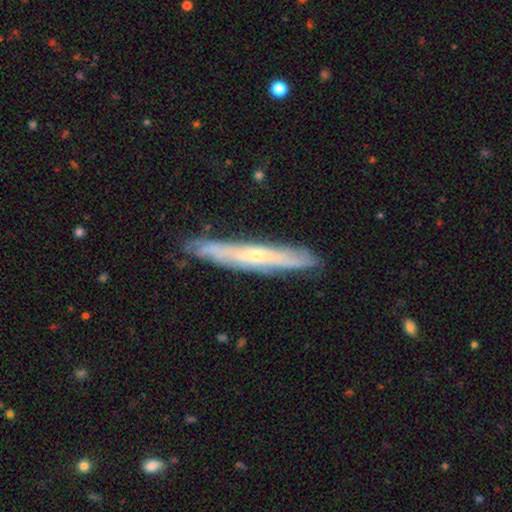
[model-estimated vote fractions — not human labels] A featured or disk galaxy (70%) viewed edge-on (77%) with a rounded central bulge (56%).

Vote fractions:
- Smooth or featured? featured or disk: 70% / smooth: 24% / star or artifact: 6%
- Edge-on disk? yes: 77% / no: 23%
- Edge-on bulge? rounded: 56% / none: 41% / boxy: 3%
- Merging? none: 82% / minor disturbance: 14% / major disturbance: 2% / merger: 1%